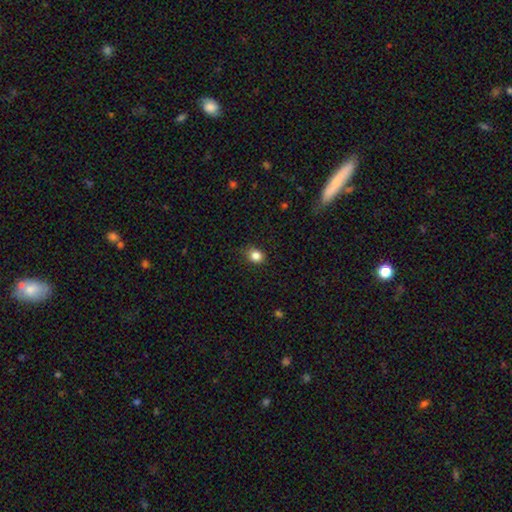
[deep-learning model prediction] Morphology: type=smooth (84%); roundness=round (59%); merging=none (81%).